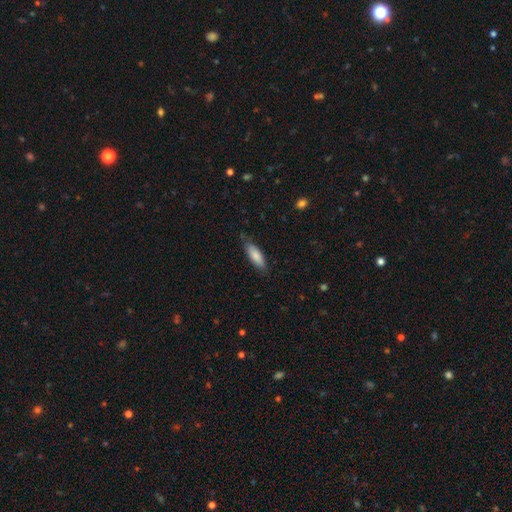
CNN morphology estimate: smooth_or_featured: smooth (p=0.84) [alt: featured or disk p=0.11]
how_rounded: in between (p=0.59) [alt: cigar-shaped p=0.40]
merging: none (p=0.77) [alt: minor disturbance p=0.18]